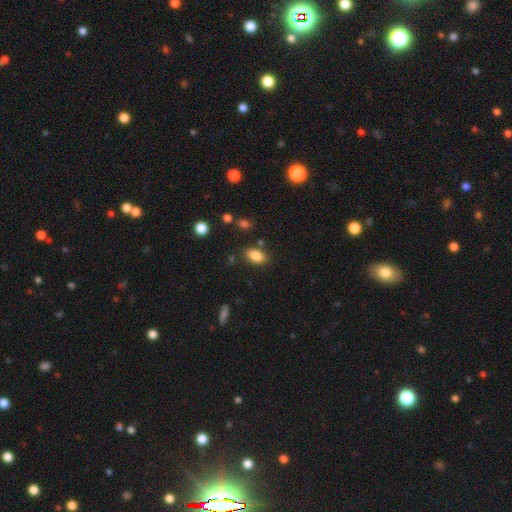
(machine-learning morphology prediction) Smooth or featured? smooth (86%)
How rounded? in between (90%)
Merging? none (81%)